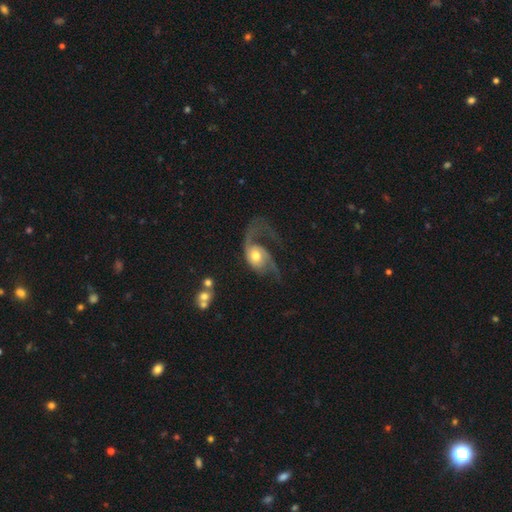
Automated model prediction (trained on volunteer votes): Smooth or featured: featured or disk — 73% (smooth — 21%)
Edge-on disk: no — 96% (yes — 4%)
Bar: no — 72% (weak — 23%)
Spiral arms: yes — 89% (no — 11%)
Spiral winding: loose — 64% (medium — 28%)
Spiral arm count: 2 — 55% (1 — 35%)
Bulge size: moderate — 64% (large — 18%)
Merging: major disturbance — 49% (none — 30%)